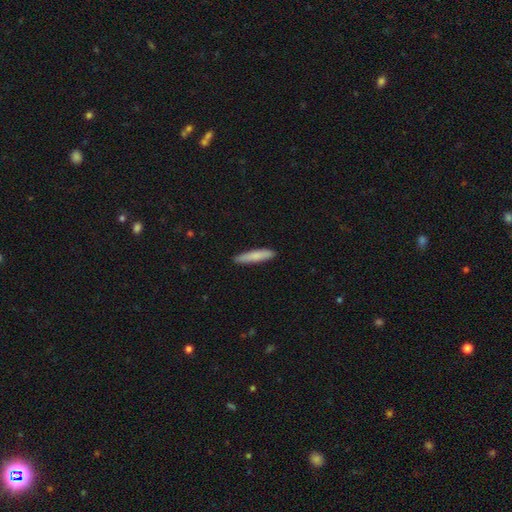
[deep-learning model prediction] Smooth or featured? smooth (81%)
How rounded? cigar-shaped (89%)
Merging? none (90%)